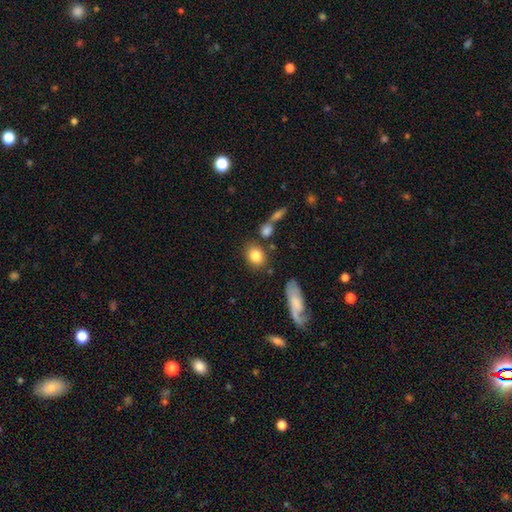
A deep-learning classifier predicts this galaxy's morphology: This is clearly a smooth galaxy (84%). How rounded: possibly round (50%). Merging: likely none (74%).